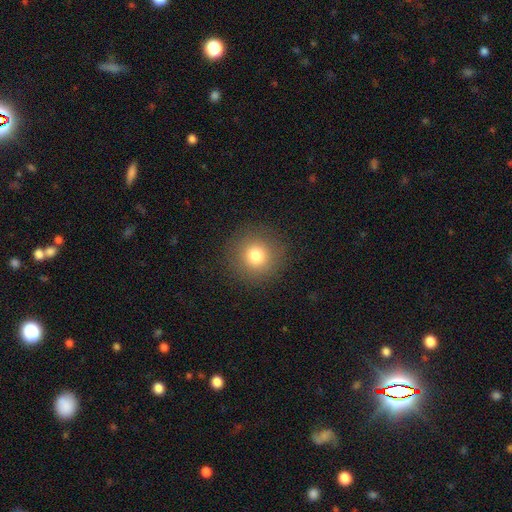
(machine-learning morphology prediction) smooth_or_featured: smooth (p=0.78) [alt: star or artifact p=0.13]
how_rounded: round (p=0.95) [alt: in between p=0.04]
merging: none (p=0.90) [alt: minor disturbance p=0.06]